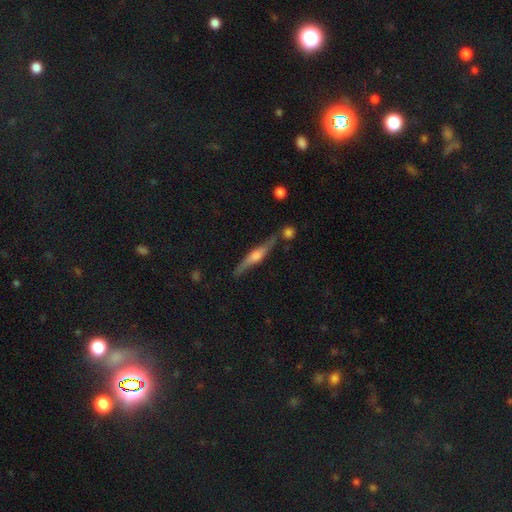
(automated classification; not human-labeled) Overall: featured or disk (71%). Edge-on disk: yes (94%). Edge-on bulge: rounded (81%). Merging: none (74%).